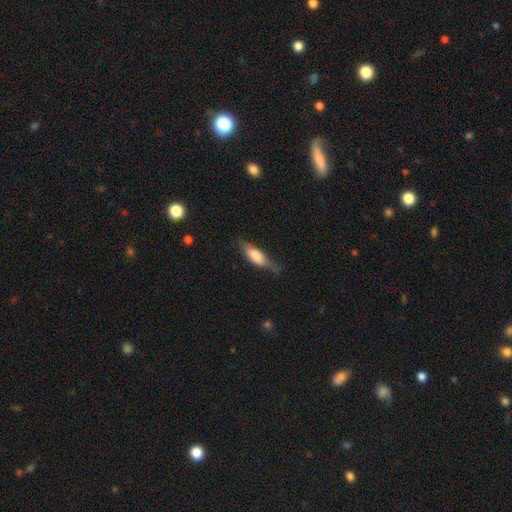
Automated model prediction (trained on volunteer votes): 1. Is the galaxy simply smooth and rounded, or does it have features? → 71% smooth, 23% featured or disk, 6% star or artifact.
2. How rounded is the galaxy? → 56% in between, 42% cigar-shaped, 2% round.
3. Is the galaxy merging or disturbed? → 60% none, 30% minor disturbance, 9% major disturbance, 2% merger.